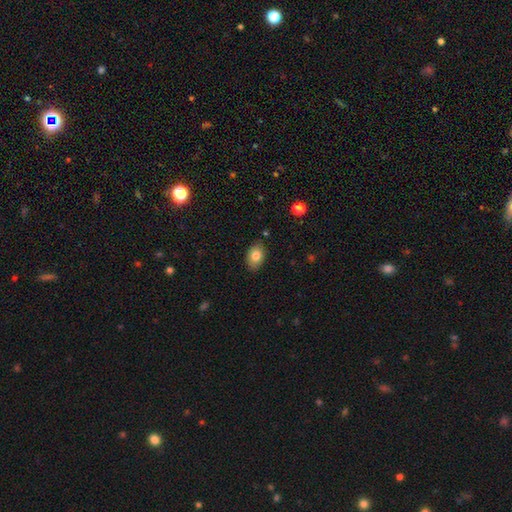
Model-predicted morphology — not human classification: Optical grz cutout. It shows a smooth galaxy with no disk features (82%) that is in between round and cigar-shaped (84%). Merging: none (84%).